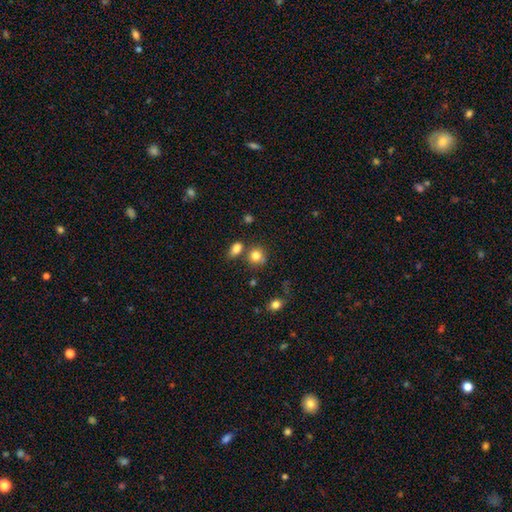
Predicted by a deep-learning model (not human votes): A smooth galaxy with no disk features (81%) that is round (79%). Merging: none (66%).